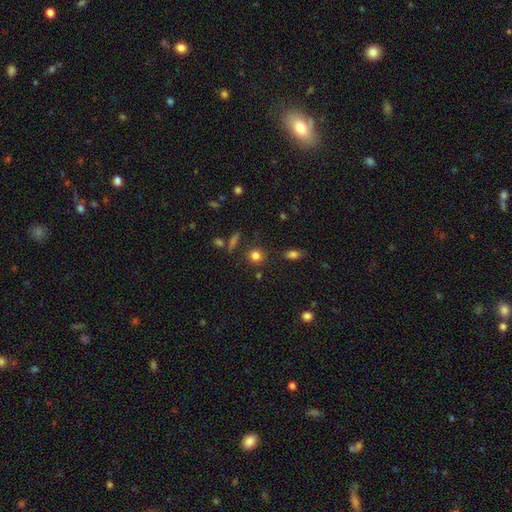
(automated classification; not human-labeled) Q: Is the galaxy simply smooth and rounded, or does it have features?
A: smooth — 81%.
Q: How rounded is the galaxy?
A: round — 84%.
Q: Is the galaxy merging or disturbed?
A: none — 82%.